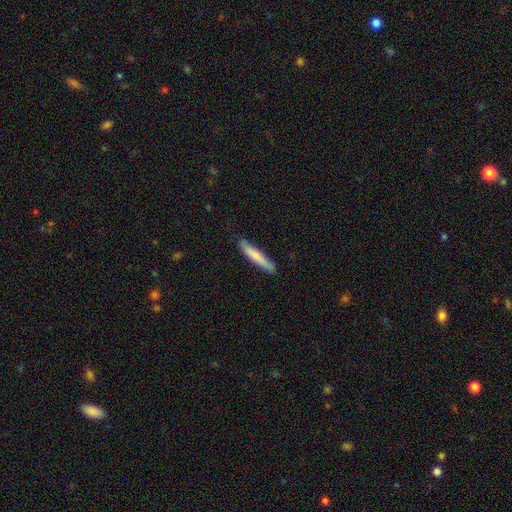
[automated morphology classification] Smooth or featured: smooth — 75% (featured or disk — 20%)
How rounded: cigar-shaped — 93% (in between — 6%)
Merging: none — 80% (minor disturbance — 16%)